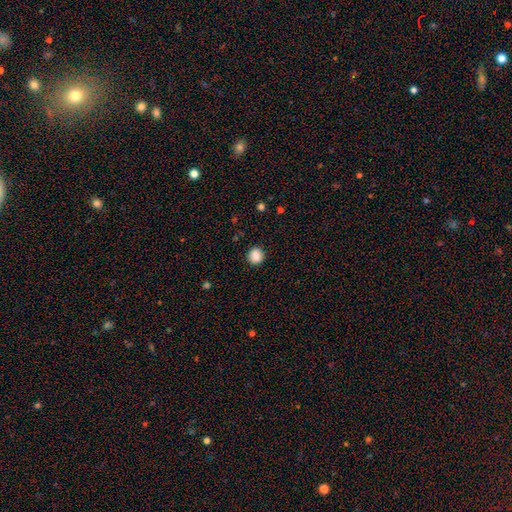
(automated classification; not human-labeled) Q: Smooth or featured?
A: smooth (87%); runner-up: star or artifact (9%)
Q: How rounded?
A: round (86%); runner-up: in between (13%)
Q: Merging?
A: none (91%); runner-up: minor disturbance (6%)